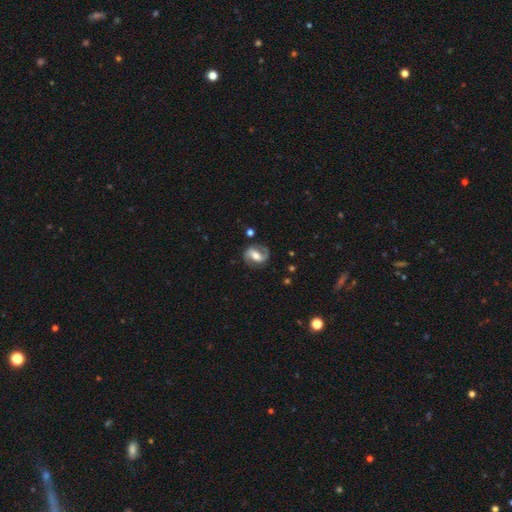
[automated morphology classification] Q: Smooth or featured?
A: featured or disk (78%); runner-up: smooth (16%)
Q: Edge-on disk?
A: no (97%); runner-up: yes (3%)
Q: Bar?
A: strong (41%); runner-up: weak (38%)
Q: Spiral arms?
A: yes (90%); runner-up: no (10%)
Q: Spiral winding?
A: medium (49%); runner-up: loose (30%)
Q: Spiral arm count?
A: 2 (88%); runner-up: 1 (5%)
Q: Bulge size?
A: moderate (64%); runner-up: large (17%)
Q: Merging?
A: none (78%); runner-up: minor disturbance (14%)